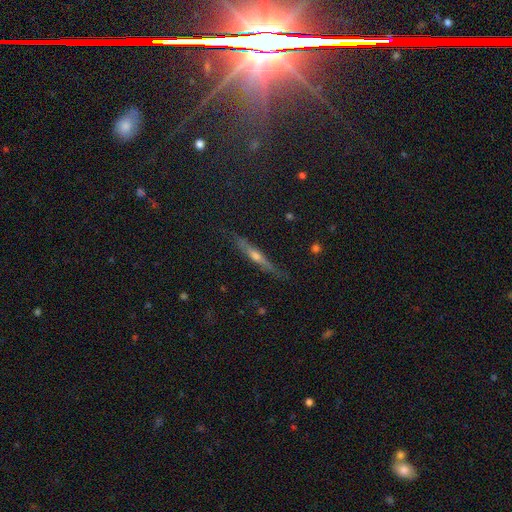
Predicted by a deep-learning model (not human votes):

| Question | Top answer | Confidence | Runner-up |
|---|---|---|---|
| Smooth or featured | featured or disk | 64% | smooth (25%) |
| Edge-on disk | yes | 95% | no (5%) |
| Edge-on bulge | rounded | 78% | none (17%) |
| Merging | none | 84% | minor disturbance (13%) |